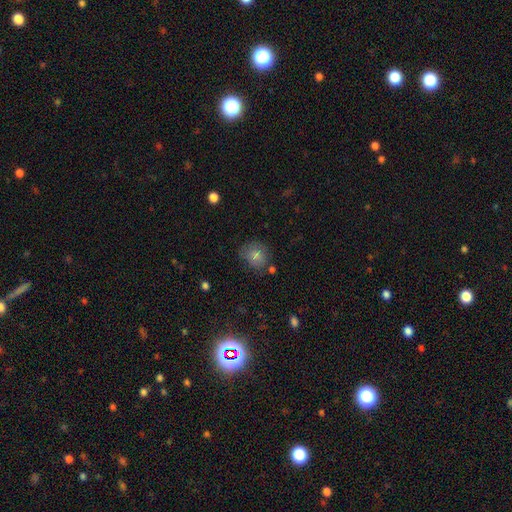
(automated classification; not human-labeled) Q: Smooth or featured?
A: smooth (78%); runner-up: star or artifact (11%)
Q: How rounded?
A: round (69%); runner-up: in between (30%)
Q: Merging?
A: none (65%); runner-up: minor disturbance (22%)